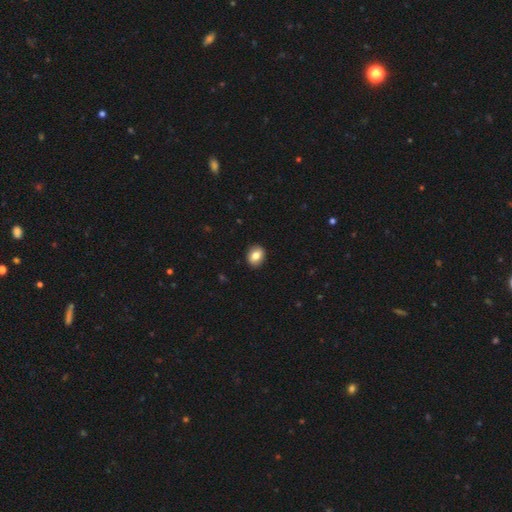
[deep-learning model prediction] Overall: smooth (81%). How rounded: in between (50%; round 49%). Merging: none (90%).